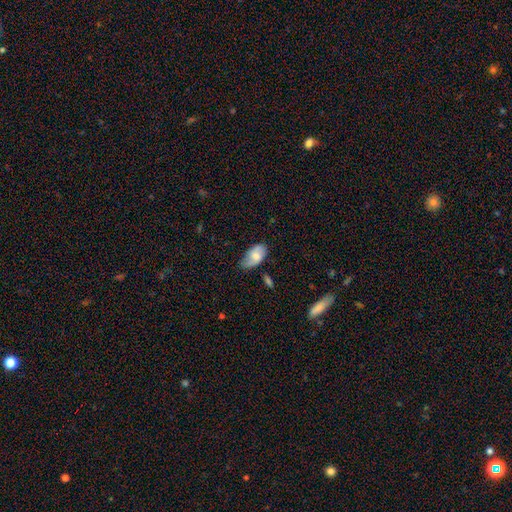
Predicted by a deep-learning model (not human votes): Q: Smooth or featured?
A: smooth (68%); runner-up: featured or disk (26%)
Q: How rounded?
A: in between (94%); runner-up: round (4%)
Q: Merging?
A: none (54%); runner-up: minor disturbance (35%)